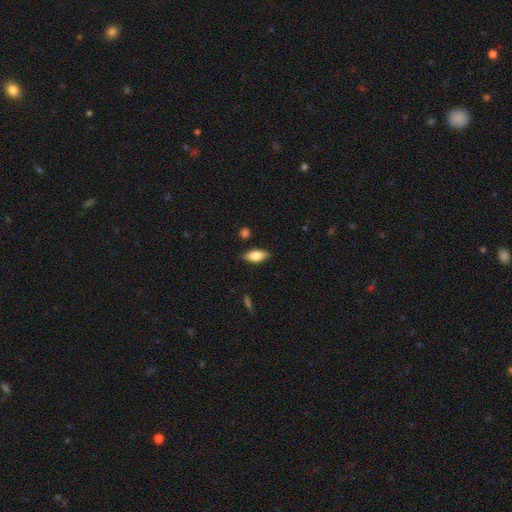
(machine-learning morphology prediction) smooth-or-featured: smooth: 76% | featured or disk: 17% | star or artifact: 7%
  how-rounded: in between: 82% | cigar-shaped: 15% | round: 3%
  merging: none: 85% | minor disturbance: 11% | major disturbance: 2% | merger: 2%